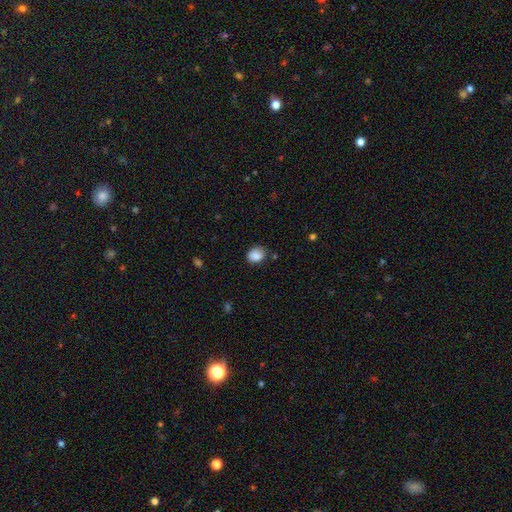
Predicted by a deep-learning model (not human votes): A smooth galaxy with no disk features (87%) that is in between round and cigar-shaped (52%).

Vote fractions:
- Smooth or featured? smooth: 87% / star or artifact: 9% / featured or disk: 5%
- How rounded? in between: 52% / round: 47% / cigar-shaped: 1%
- Merging? none: 71% / minor disturbance: 22% / major disturbance: 4% / merger: 3%